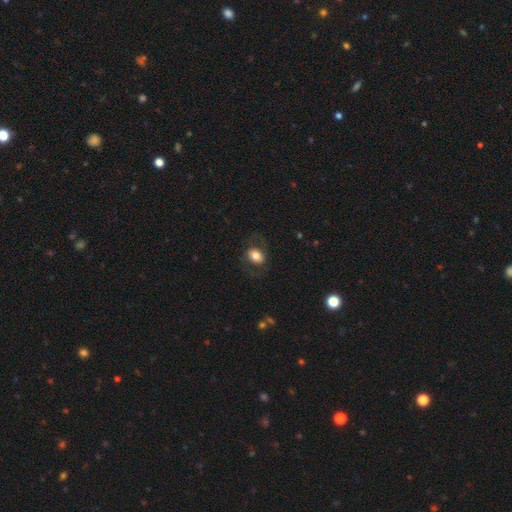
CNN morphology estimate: This appears to be a smooth galaxy with no disk features (73%) that is in between round and cigar-shaped (60%). Merging: none (76%).